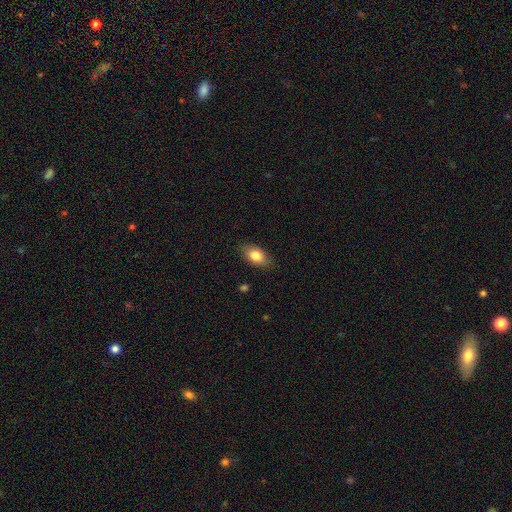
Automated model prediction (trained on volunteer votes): Smooth or featured: smooth — 81% (featured or disk — 12%)
How rounded: in between — 89% (round — 7%)
Merging: none — 85% (minor disturbance — 12%)